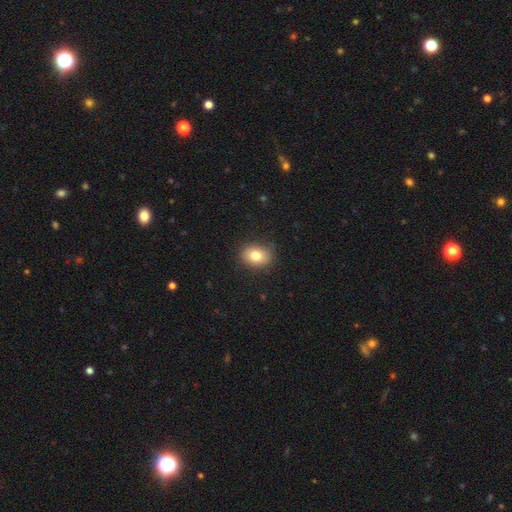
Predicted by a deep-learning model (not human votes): Overall: smooth (80%). How rounded: in between (57%; round 42%). Merging: none (85%).